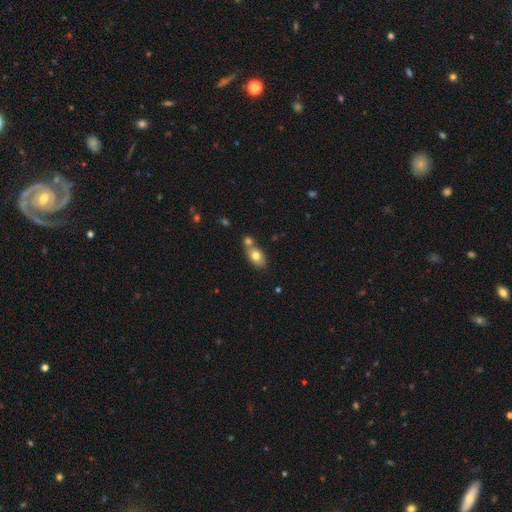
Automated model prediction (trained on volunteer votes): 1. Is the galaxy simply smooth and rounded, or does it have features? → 74% smooth, 18% featured or disk, 9% star or artifact.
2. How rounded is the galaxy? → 83% in between, 13% round, 4% cigar-shaped.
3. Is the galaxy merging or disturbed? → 48% none, 37% merger, 12% minor disturbance, 3% major disturbance.